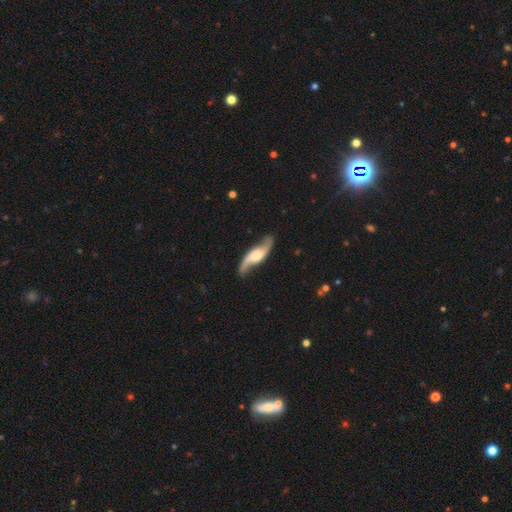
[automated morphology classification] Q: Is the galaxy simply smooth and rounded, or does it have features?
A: featured or disk — 84%.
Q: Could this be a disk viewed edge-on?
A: no — 88%.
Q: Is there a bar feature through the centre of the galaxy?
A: no — 53%.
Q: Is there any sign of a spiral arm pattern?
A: yes — 96%.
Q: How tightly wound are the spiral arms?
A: loose — 75%.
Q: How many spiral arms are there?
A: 2 — 94%.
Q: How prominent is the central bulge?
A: moderate — 36%.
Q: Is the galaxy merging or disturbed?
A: none — 82%.